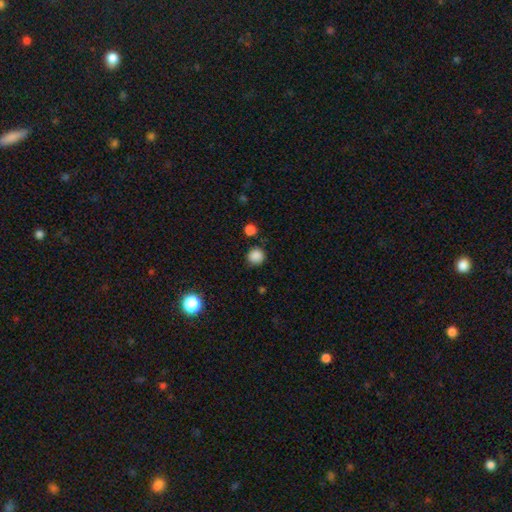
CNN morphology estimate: This is clearly a smooth galaxy (86%). How rounded: clearly round (92%). Merging: clearly none (85%).